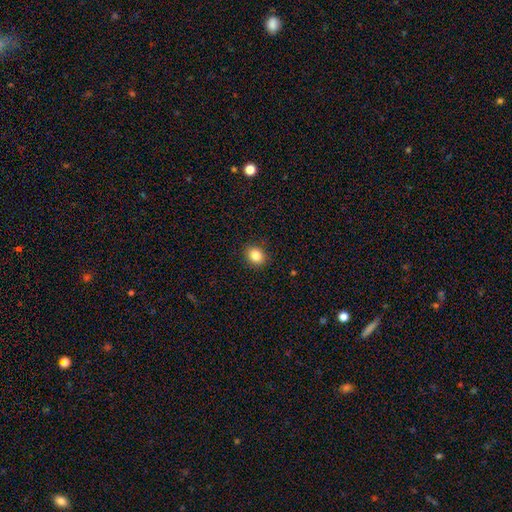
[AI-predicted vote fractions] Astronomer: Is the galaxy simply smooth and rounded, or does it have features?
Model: smooth — 85%.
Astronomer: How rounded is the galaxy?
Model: round — 60% (runner-up: in between, 39%).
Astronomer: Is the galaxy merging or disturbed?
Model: none — 89%.